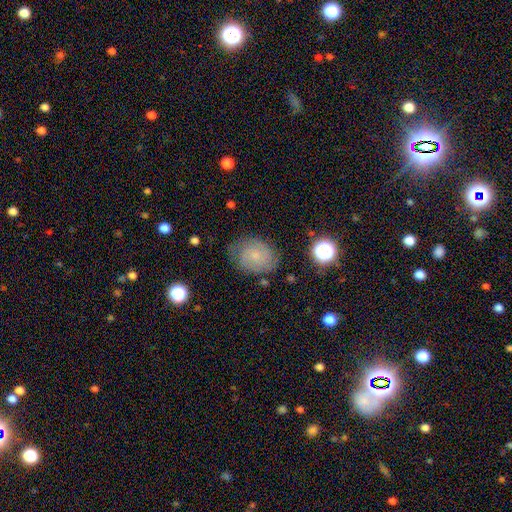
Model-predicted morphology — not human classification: The model was most divided on "smooth or featured": smooth: 49%, featured or disk: 39%, star or artifact: 12%. More confident: merging — none (68%).